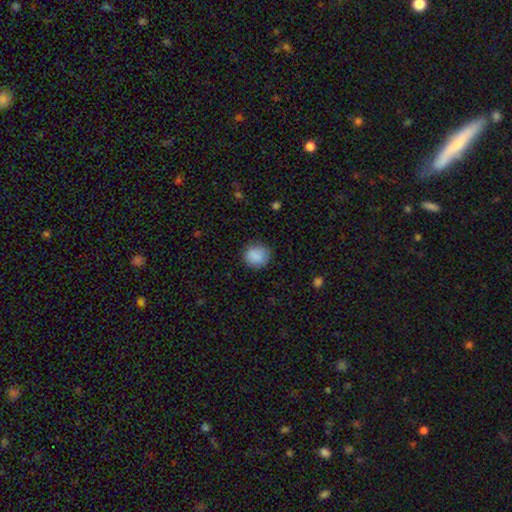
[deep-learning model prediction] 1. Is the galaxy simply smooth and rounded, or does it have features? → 87% smooth, 8% star or artifact, 4% featured or disk.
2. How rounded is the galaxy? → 76% round, 23% in between, 1% cigar-shaped.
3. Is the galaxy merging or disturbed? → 82% none, 13% minor disturbance, 3% major disturbance, 1% merger.